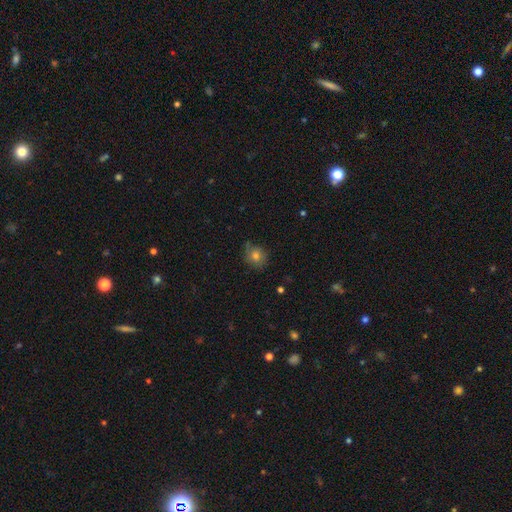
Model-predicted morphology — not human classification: A smooth galaxy with no disk features (74%) that is round (74%). Merging: none (72%).